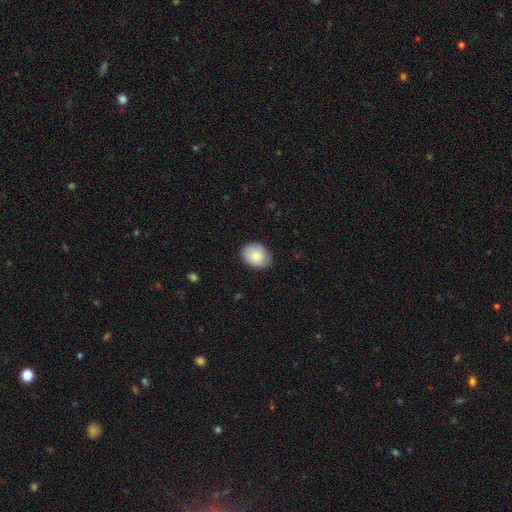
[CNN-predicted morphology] smooth-or-featured: smooth: 82% | featured or disk: 11% | star or artifact: 7%
  how-rounded: in between: 57% | round: 42% | cigar-shaped: 1%
  merging: none: 80% | minor disturbance: 16% | major disturbance: 3% | merger: 1%